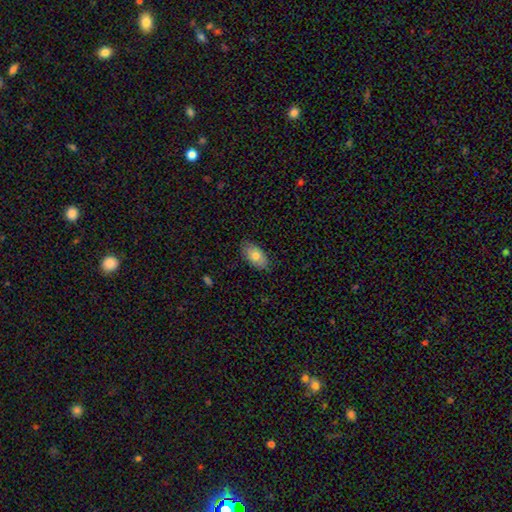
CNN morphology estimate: This is likely a smooth galaxy (73%). How rounded: clearly in between (93%). Merging: clearly none (82%).